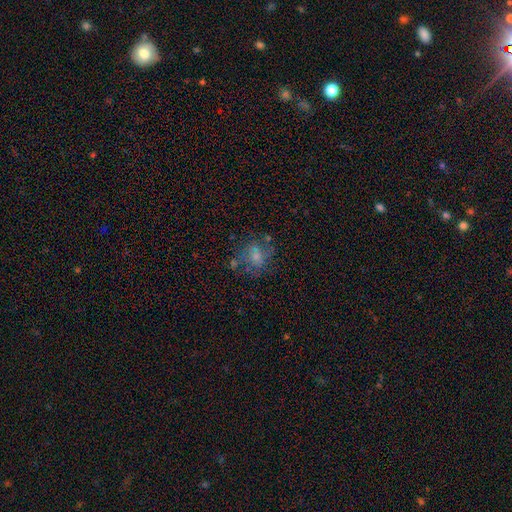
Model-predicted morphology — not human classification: Overall: smooth (55%; featured or disk 32%). How rounded: round (60%; in between 39%). Merging: none (52%; minor disturbance 22%).